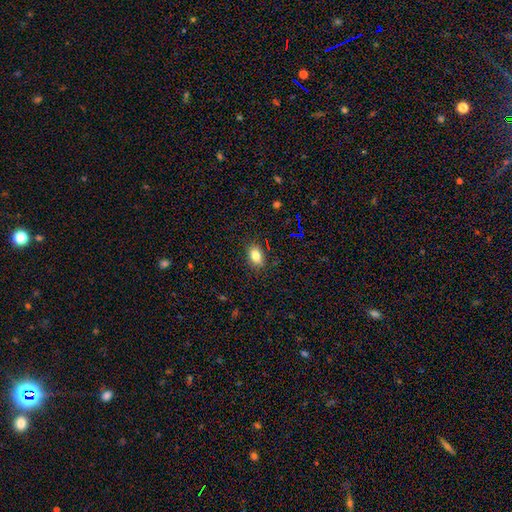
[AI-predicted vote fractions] This is clearly a smooth galaxy (81%). How rounded: clearly in between (80%). Merging: clearly none (85%).